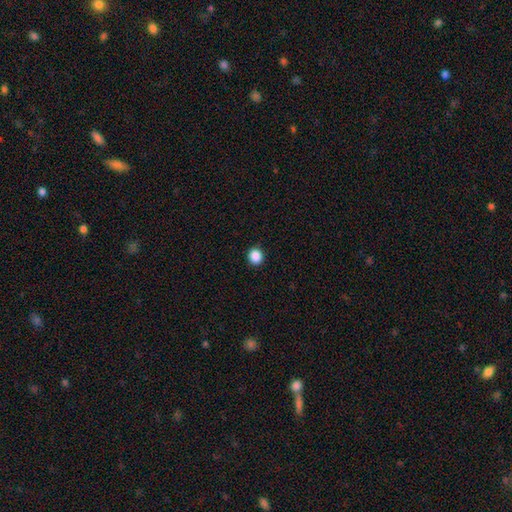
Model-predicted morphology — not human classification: Smooth or featured: smooth — 88% (star or artifact — 10%)
How rounded: round — 83% (in between — 16%)
Merging: none — 92% (minor disturbance — 5%)